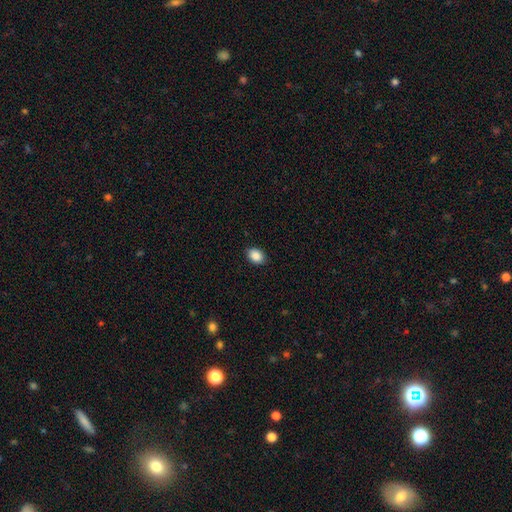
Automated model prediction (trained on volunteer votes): Smooth or featured: smooth — 89% (star or artifact — 8%)
How rounded: in between — 73% (round — 26%)
Merging: none — 89% (minor disturbance — 8%)